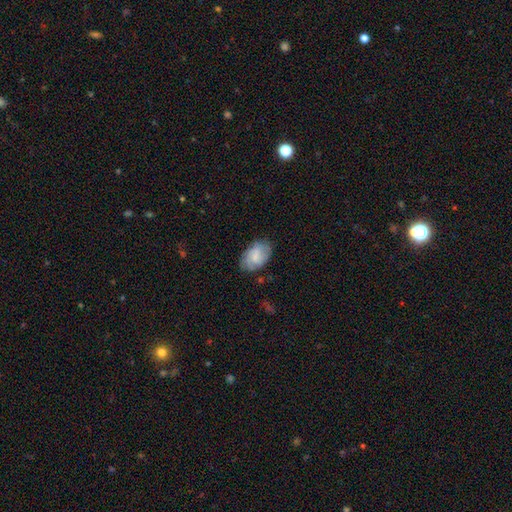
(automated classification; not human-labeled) The model was most divided on "smooth or featured": smooth: 62%, featured or disk: 31%, star or artifact: 8%. More confident: how rounded — in between (90%); merging — none (72%).